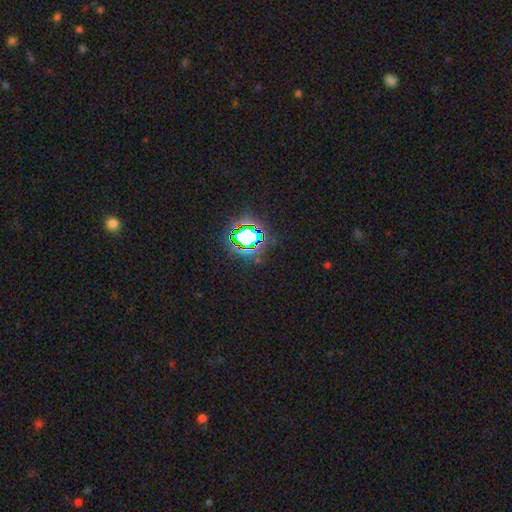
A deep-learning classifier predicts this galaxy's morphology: This is likely a star or artifact rather than a galaxy (80%).